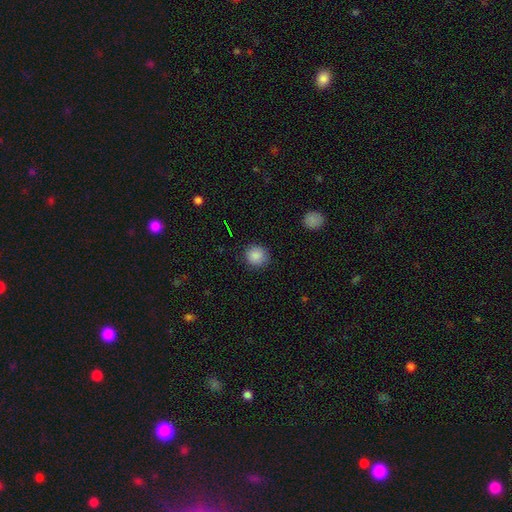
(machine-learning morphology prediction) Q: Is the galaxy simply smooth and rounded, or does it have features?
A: smooth — 86%.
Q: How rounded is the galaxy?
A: round — 89%.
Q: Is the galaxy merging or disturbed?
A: none — 88%.